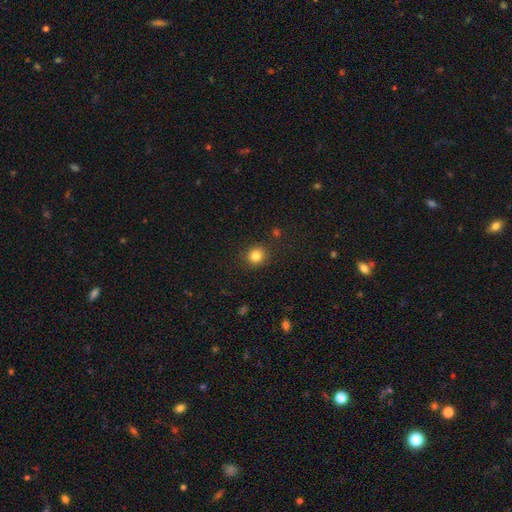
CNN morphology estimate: Smooth or featured: smooth — 83% (star or artifact — 12%)
How rounded: round — 89% (in between — 11%)
Merging: none — 89% (minor disturbance — 7%)